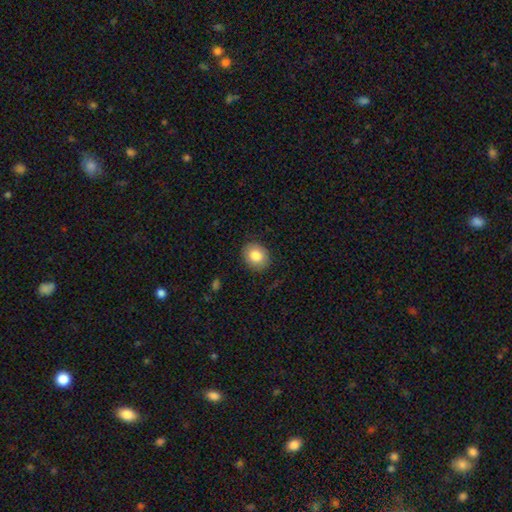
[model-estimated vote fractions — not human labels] This appears to be a smooth galaxy with no disk features (83%) that is round (60%). Merging: none (88%).